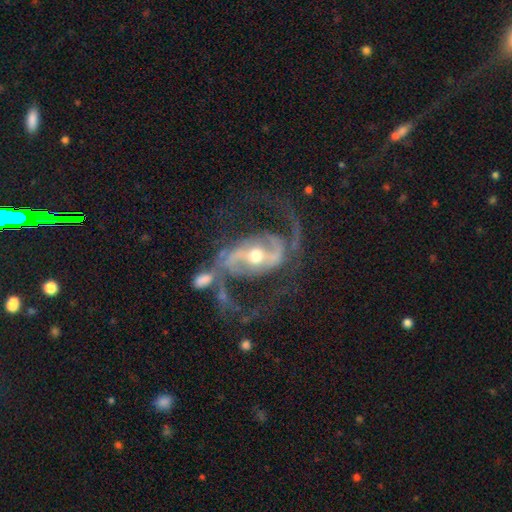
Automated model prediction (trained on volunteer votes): A featured or disk galaxy (91%) with a strong bar (50%), 2 (89%) medium (48%) spiral arms (96%) and a moderate central bulge (67%).

Vote fractions:
- Smooth or featured? featured or disk: 91% / star or artifact: 5% / smooth: 4%
- Edge-on disk? no: 97% / yes: 3%
- Bar? strong: 50% / weak: 31% / no: 18%
- Spiral arms? yes: 96% / no: 4%
- Spiral winding? medium: 48% / loose: 39% / tight: 13%
- Spiral arm count? 2: 89% / 3: 3% / can't tell: 3% / 1: 2% / 4: 1% / more than 4: 1%
- Bulge size? moderate: 67% / small: 26% / large: 5% / dominant: 1% / none: 1%
- Merging? none: 51% / major disturbance: 20% / minor disturbance: 15% / merger: 14%